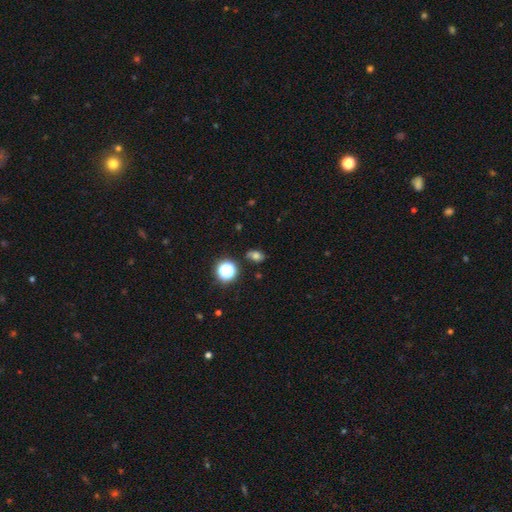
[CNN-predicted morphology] Q: Smooth or featured?
A: smooth (65%); runner-up: star or artifact (23%)
Q: How rounded?
A: in between (64%); runner-up: round (34%)
Q: Merging?
A: none (73%); runner-up: minor disturbance (18%)